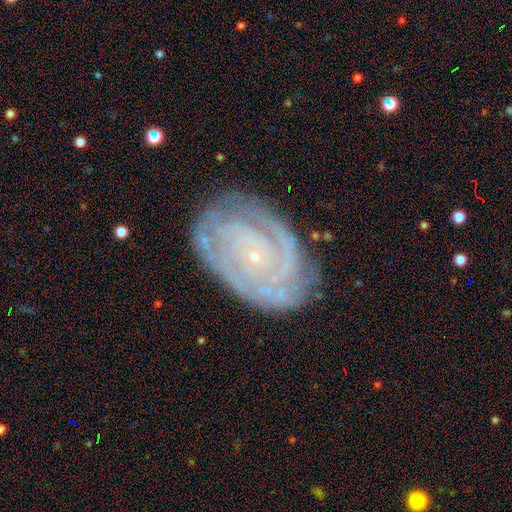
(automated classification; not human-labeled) A featured or disk galaxy (84%) with no bar (79%), tight (80%) spiral arms (96%) and a small central bulge (89%). Merging: none (77%).